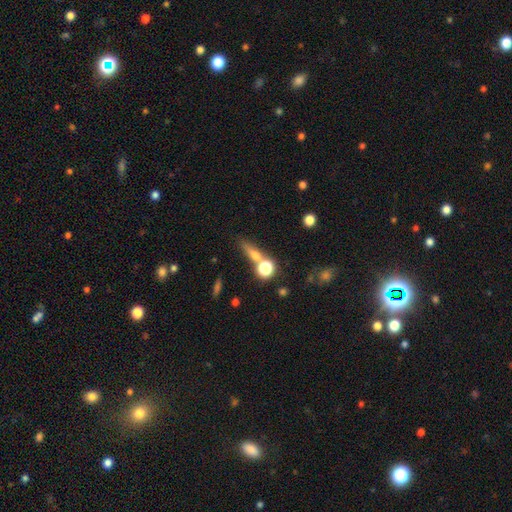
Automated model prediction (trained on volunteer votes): Smooth or featured: smooth — 59% (featured or disk — 23%)
How rounded: cigar-shaped — 41% (in between — 30%)
Merging: none — 51% (merger — 29%)